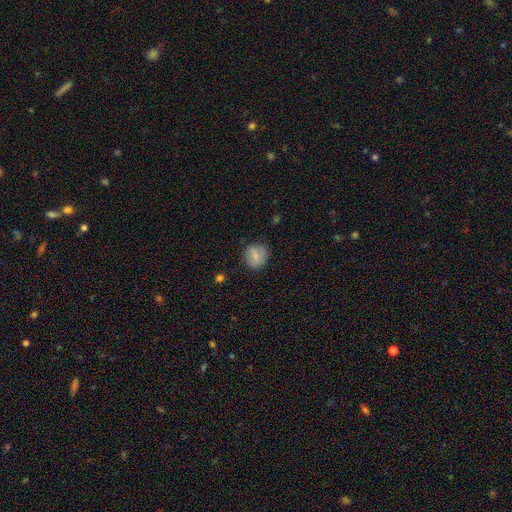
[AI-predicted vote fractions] Q: Smooth or featured?
A: smooth (73%); runner-up: featured or disk (18%)
Q: How rounded?
A: round (79%); runner-up: in between (20%)
Q: Merging?
A: none (75%); runner-up: minor disturbance (19%)